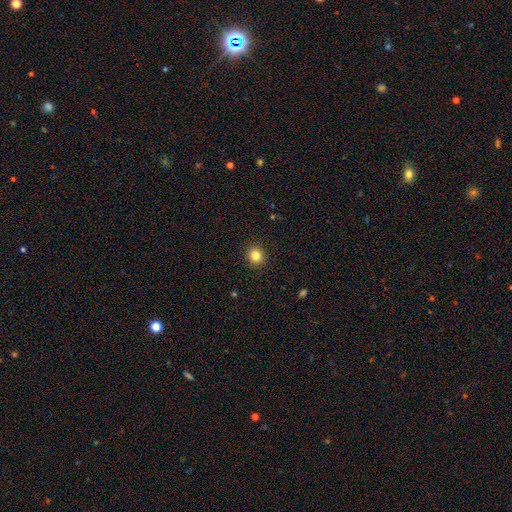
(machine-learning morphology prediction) Smooth or featured? smooth (83%)
How rounded? round (84%)
Merging? none (91%)